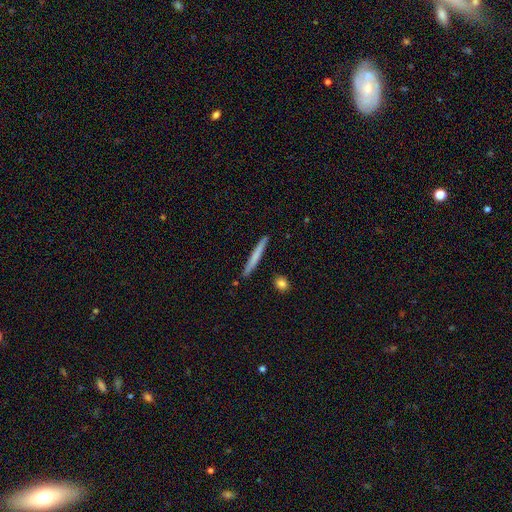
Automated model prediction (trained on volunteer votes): Q: Smooth or featured?
A: smooth (64%); runner-up: featured or disk (31%)
Q: How rounded?
A: cigar-shaped (97%); runner-up: in between (2%)
Q: Merging?
A: none (90%); runner-up: minor disturbance (7%)